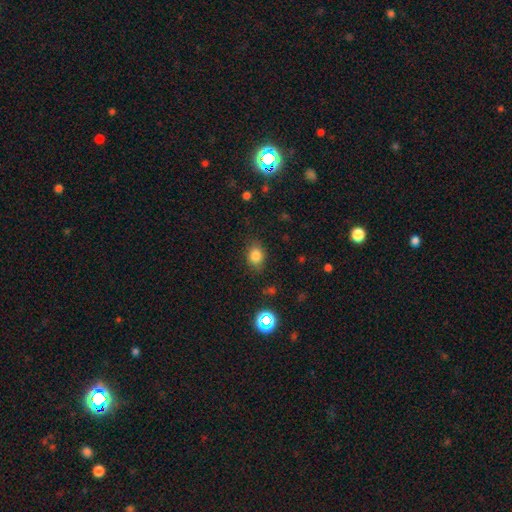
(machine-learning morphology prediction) Q: Smooth or featured?
A: smooth (81%); runner-up: star or artifact (13%)
Q: How rounded?
A: in between (59%); runner-up: round (40%)
Q: Merging?
A: none (82%); runner-up: minor disturbance (13%)